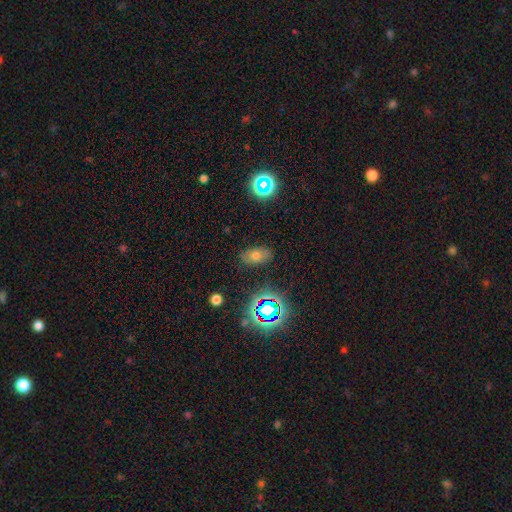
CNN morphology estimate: smooth-or-featured: smooth: 52% | star or artifact: 30% | featured or disk: 17%
  how-rounded: in between: 84% | round: 12% | cigar-shaped: 4%
  merging: none: 83% | minor disturbance: 12% | major disturbance: 3% | merger: 2%